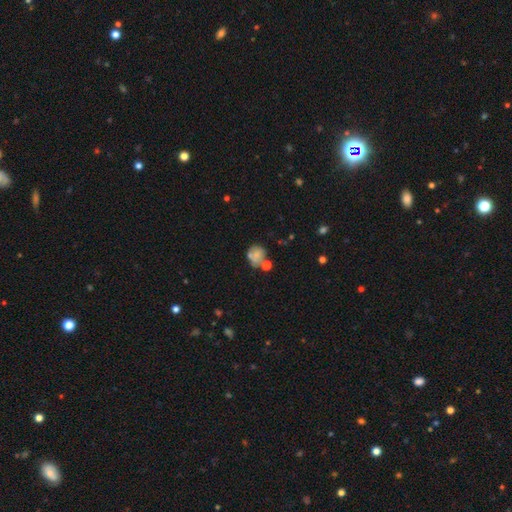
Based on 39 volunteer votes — This appears to be a smooth galaxy with no disk features (59%) that is in between round and cigar-shaped (52%). Merging: none (33%).